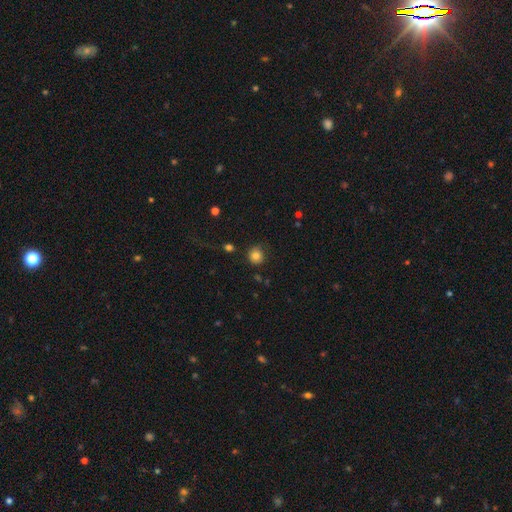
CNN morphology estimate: Smooth or featured? smooth (82%)
How rounded? round (91%)
Merging? none (82%)